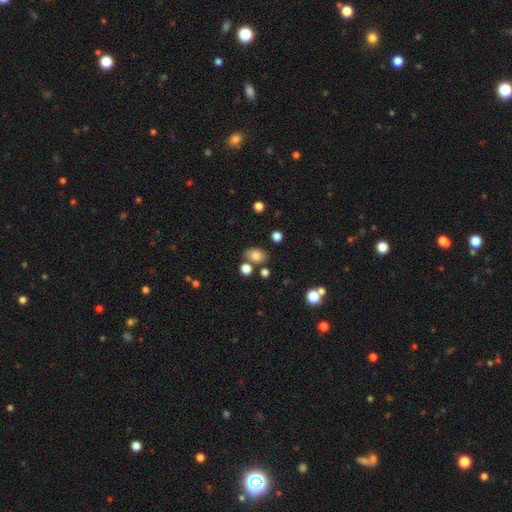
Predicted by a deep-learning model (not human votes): Q: Smooth or featured?
A: smooth (80%); runner-up: star or artifact (12%)
Q: How rounded?
A: in between (76%); runner-up: round (23%)
Q: Merging?
A: none (71%); runner-up: minor disturbance (14%)